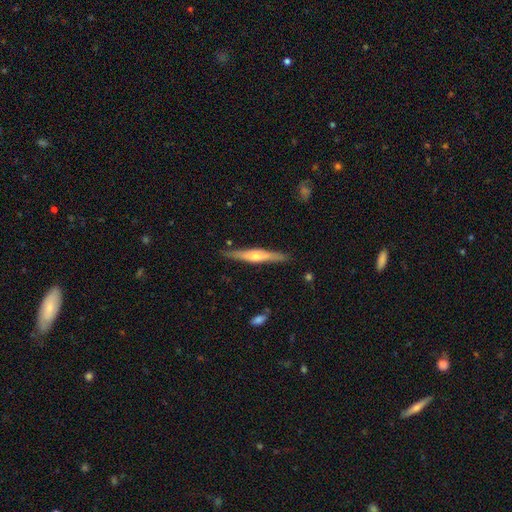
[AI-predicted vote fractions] Smooth or featured?
  - featured or disk: 67% *
  - smooth: 28%
  - star or artifact: 5%
Edge-on disk?
  - yes: 96% *
  - no: 4%
Edge-on bulge?
  - rounded: 88% *
  - none: 7%
  - boxy: 5%
Merging?
  - none: 88% *
  - minor disturbance: 9%
  - major disturbance: 2%
  - merger: 1%